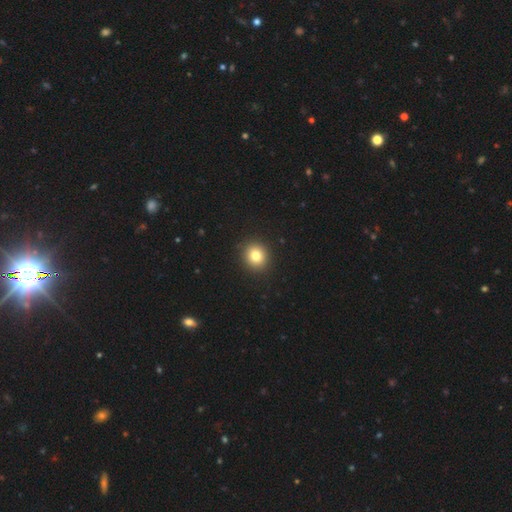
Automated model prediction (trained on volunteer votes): A smooth galaxy with no disk features (81%) that is round (87%).

Vote fractions:
- Smooth or featured? smooth: 81% / star or artifact: 11% / featured or disk: 8%
- How rounded? round: 87% / in between: 12% / cigar-shaped: 1%
- Merging? none: 92% / minor disturbance: 5% / major disturbance: 2% / merger: 1%